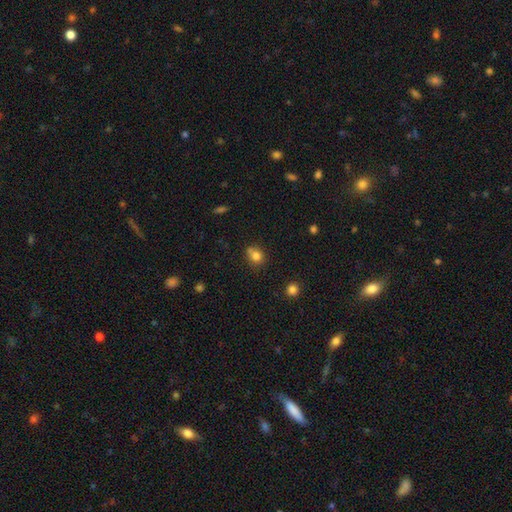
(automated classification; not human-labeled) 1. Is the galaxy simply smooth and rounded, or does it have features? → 79% smooth, 13% star or artifact, 8% featured or disk.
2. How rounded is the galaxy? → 70% round, 29% in between, 1% cigar-shaped.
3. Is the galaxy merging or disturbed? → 55% none, 22% merger, 18% minor disturbance, 5% major disturbance.